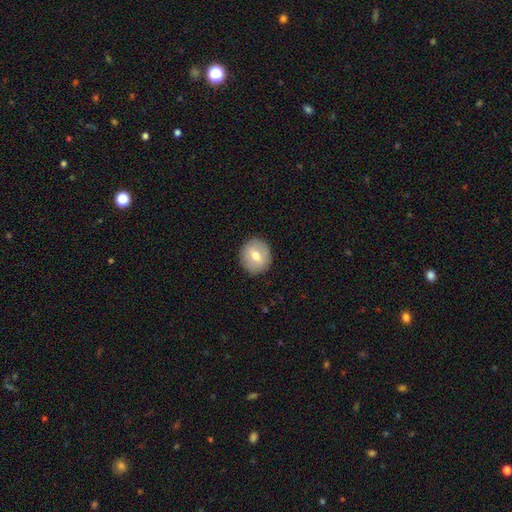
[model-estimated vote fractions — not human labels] This is likely a smooth galaxy (63%). How rounded: clearly round (84%). Merging: clearly none (89%).